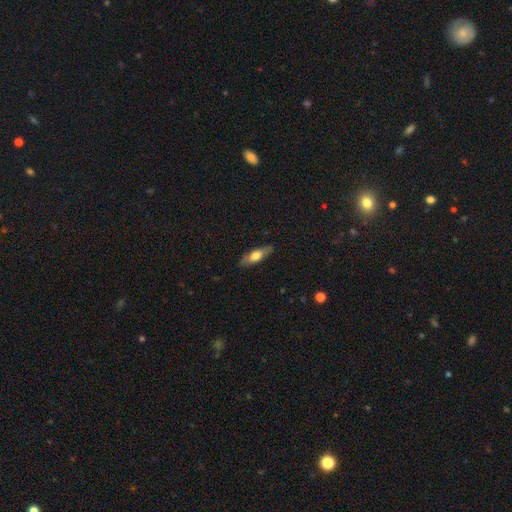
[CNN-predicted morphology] A smooth galaxy with no disk features (59%) that is cigar-shaped (51%).

Vote fractions:
- Smooth or featured? smooth: 59% / featured or disk: 35% / star or artifact: 6%
- How rounded? cigar-shaped: 51% / in between: 46% / round: 3%
- Merging? none: 85% / minor disturbance: 11% / major disturbance: 2% / merger: 1%